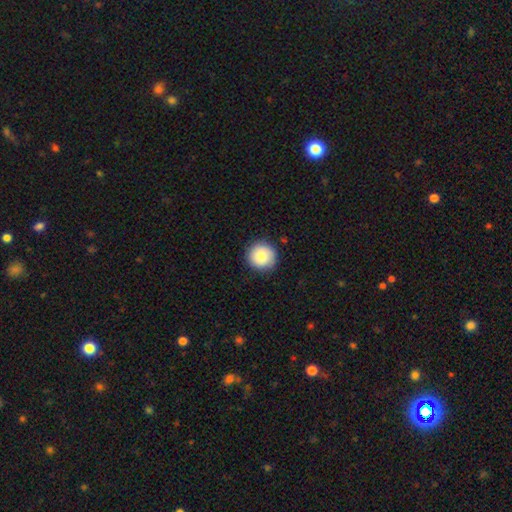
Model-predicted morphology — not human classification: smooth 84%, featured or disk 8%, star or artifact 8%. Down the decision tree: how rounded — round (95%); merging — none (90%).